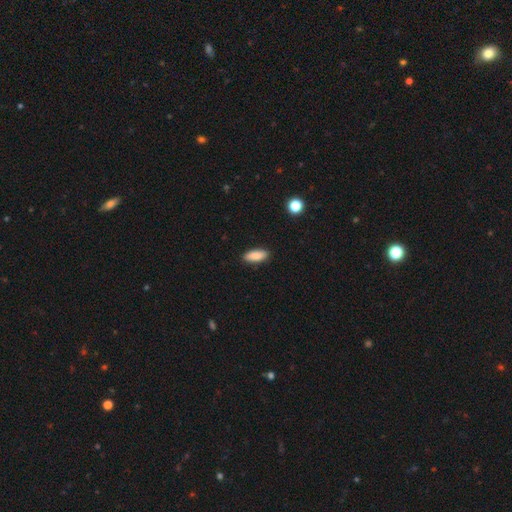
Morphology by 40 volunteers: type=smooth (82%); roundness=in between (85%); merging=none (92%).